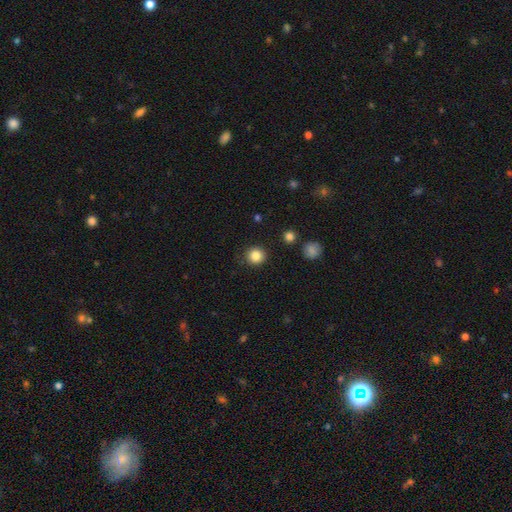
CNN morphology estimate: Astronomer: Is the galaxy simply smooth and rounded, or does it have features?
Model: smooth — 85%.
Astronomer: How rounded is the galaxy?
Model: round — 93%.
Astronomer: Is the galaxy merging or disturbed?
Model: none — 90%.